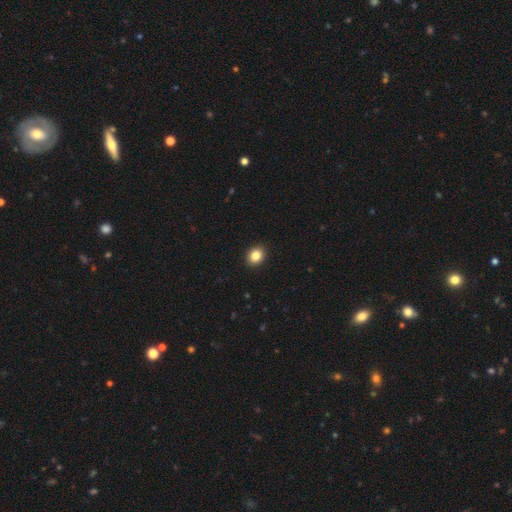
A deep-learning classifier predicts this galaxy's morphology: Smooth or featured? smooth (85%)
How rounded? round (61%)
Merging? none (92%)